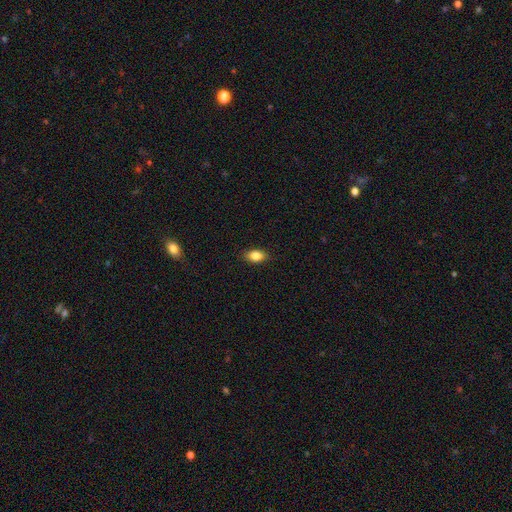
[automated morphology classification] Smooth or featured?
  - smooth: 85% *
  - star or artifact: 8%
  - featured or disk: 7%
How rounded?
  - in between: 85% *
  - round: 12%
  - cigar-shaped: 3%
Merging?
  - none: 87% *
  - minor disturbance: 10%
  - major disturbance: 2%
  - merger: 1%